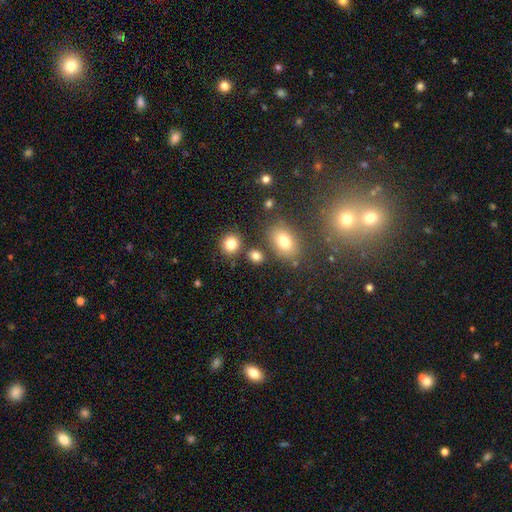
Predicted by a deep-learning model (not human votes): Overall: smooth (80%). How rounded: round (57%; in between 41%). Merging: none (75%).